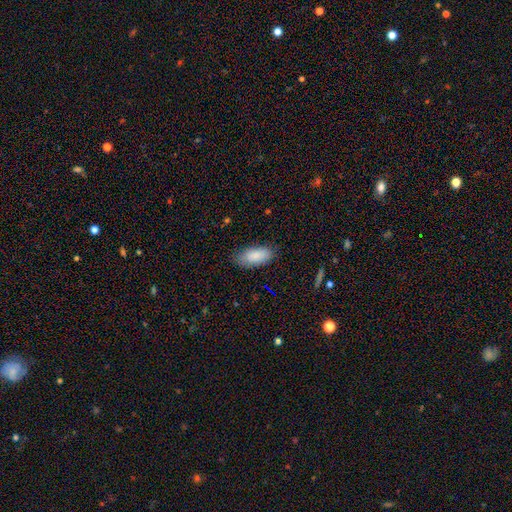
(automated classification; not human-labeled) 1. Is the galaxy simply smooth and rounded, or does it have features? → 87% smooth, 7% star or artifact, 6% featured or disk.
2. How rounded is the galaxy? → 91% in between, 7% cigar-shaped, 2% round.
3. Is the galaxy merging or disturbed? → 80% none, 16% minor disturbance, 3% major disturbance, 1% merger.